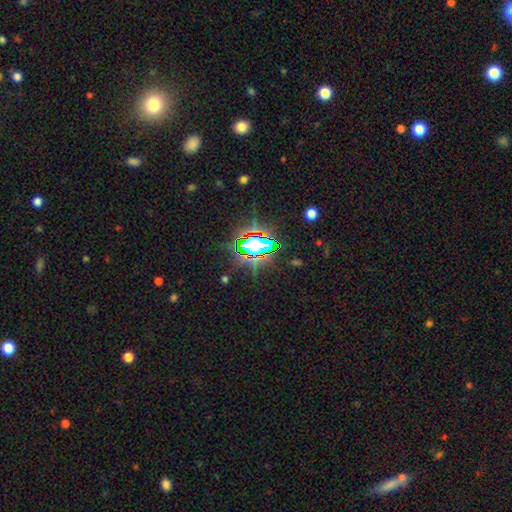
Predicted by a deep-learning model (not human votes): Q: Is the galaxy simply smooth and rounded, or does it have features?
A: star or artifact — 82%.